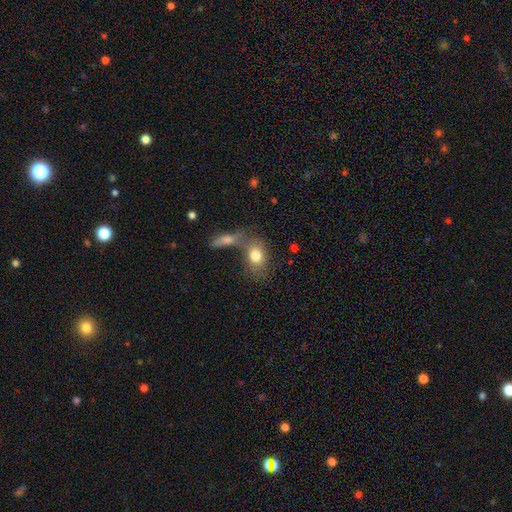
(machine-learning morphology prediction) Overall: smooth (78%). How rounded: in between (68%; round 30%). Merging: none (41%; merger 38%).